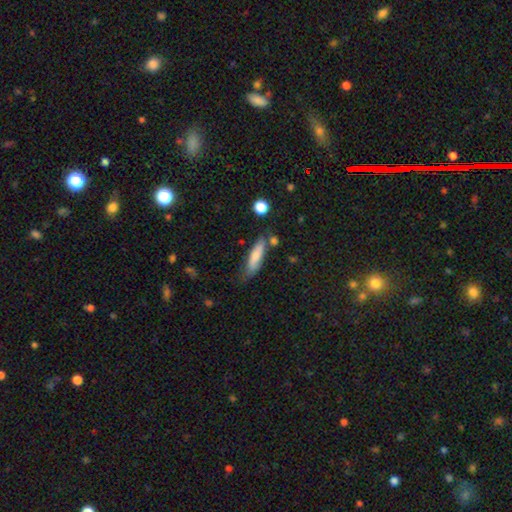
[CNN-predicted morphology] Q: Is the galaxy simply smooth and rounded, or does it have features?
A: smooth — 75%.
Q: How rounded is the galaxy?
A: cigar-shaped — 66%.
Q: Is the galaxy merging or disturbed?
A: none — 60%.